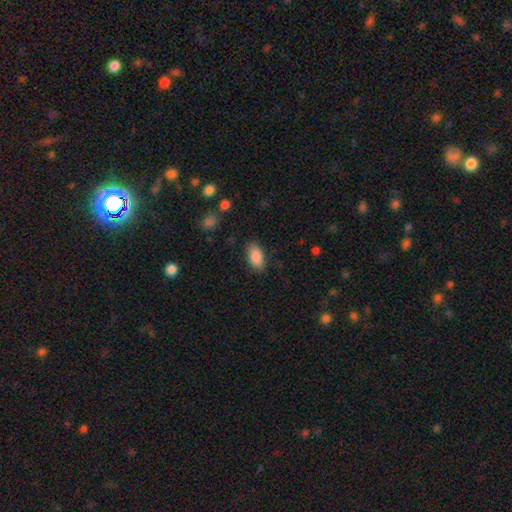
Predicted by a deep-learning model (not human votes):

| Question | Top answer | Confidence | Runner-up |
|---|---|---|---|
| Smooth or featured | smooth | 88% | star or artifact (7%) |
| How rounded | in between | 92% | cigar-shaped (5%) |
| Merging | none | 85% | minor disturbance (11%) |